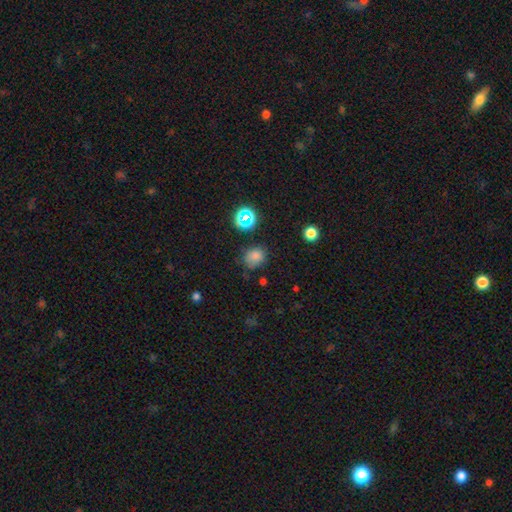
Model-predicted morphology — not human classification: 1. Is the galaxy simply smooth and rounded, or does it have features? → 74% smooth, 19% star or artifact, 6% featured or disk.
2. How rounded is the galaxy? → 61% round, 38% in between, 1% cigar-shaped.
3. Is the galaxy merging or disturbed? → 66% none, 24% minor disturbance, 7% major disturbance, 3% merger.